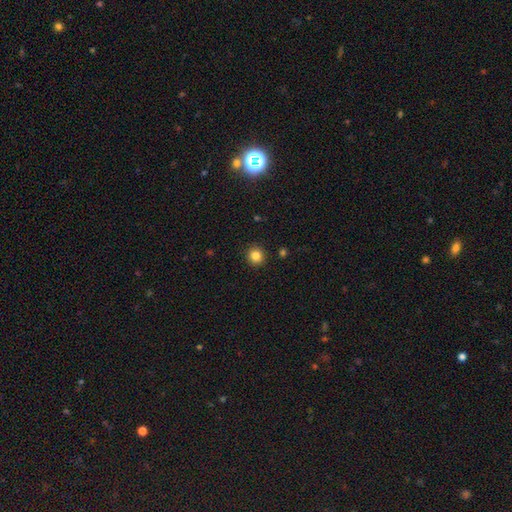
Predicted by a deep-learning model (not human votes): Smooth or featured: smooth — 84% (star or artifact — 11%)
How rounded: round — 94% (in between — 5%)
Merging: none — 92% (minor disturbance — 5%)